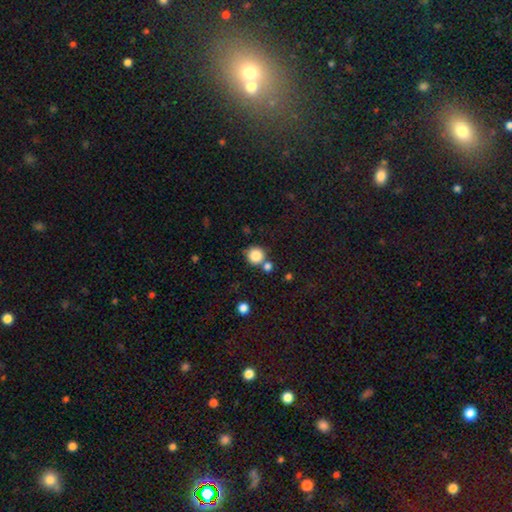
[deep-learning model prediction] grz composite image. It shows a smooth galaxy with no disk features (84%) that is round (93%). Merging: none (70%).